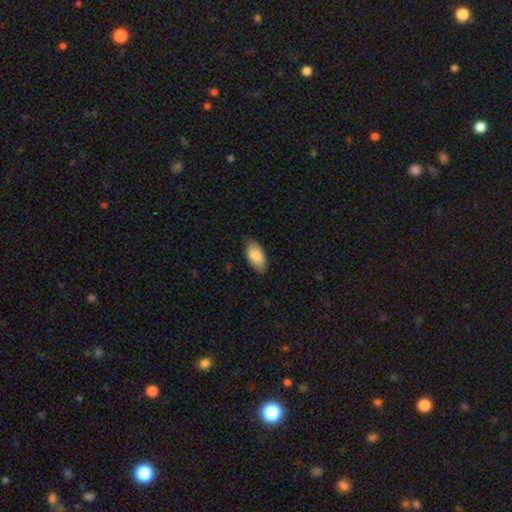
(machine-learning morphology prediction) smooth_or_featured: smooth (p=0.86) [alt: featured or disk p=0.08]
how_rounded: in between (p=0.94) [alt: cigar-shaped p=0.04]
merging: none (p=0.82) [alt: minor disturbance p=0.15]